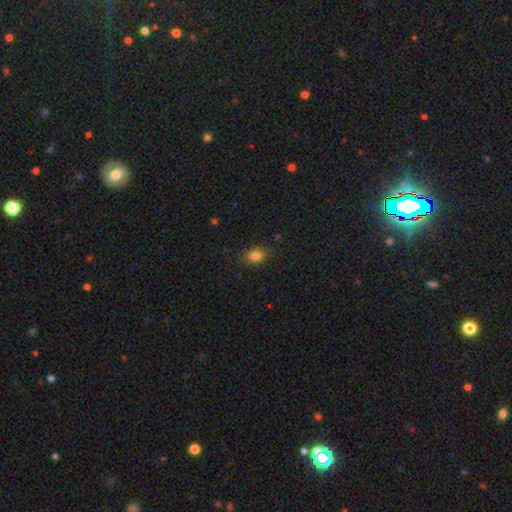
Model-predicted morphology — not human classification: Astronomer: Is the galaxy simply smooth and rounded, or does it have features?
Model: smooth — 83%.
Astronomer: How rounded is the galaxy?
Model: in between — 71%.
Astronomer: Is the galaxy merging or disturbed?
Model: none — 81%.